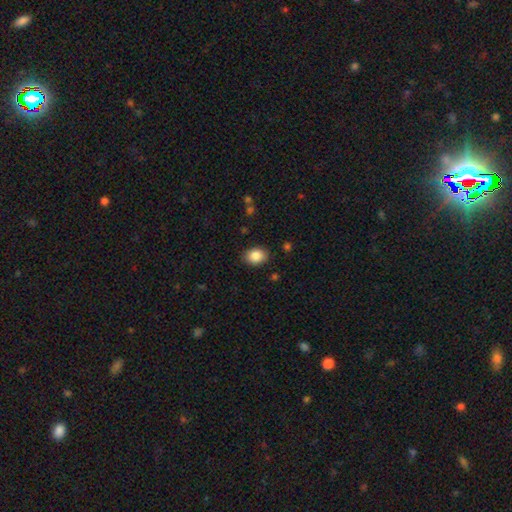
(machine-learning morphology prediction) smooth-or-featured: smooth: 87% | star or artifact: 8% | featured or disk: 5%
  how-rounded: in between: 67% | round: 32% | cigar-shaped: 1%
  merging: none: 87% | minor disturbance: 9% | major disturbance: 2% | merger: 1%